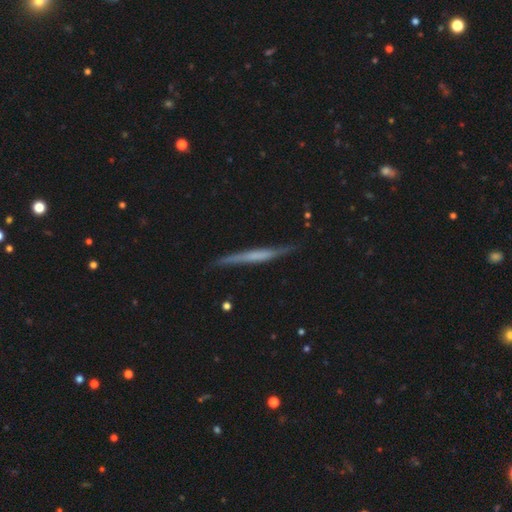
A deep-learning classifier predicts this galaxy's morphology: smooth-or-featured: featured or disk: 58% | smooth: 36% | star or artifact: 6%
  disk-edge-on: yes: 96% | no: 4%
    edge-on-bulge: none: 71% | rounded: 15% | boxy: 14%
  merging: none: 84% | minor disturbance: 12% | major disturbance: 2% | merger: 2%